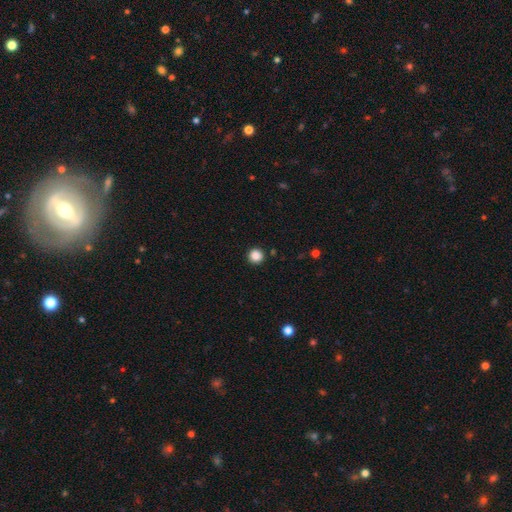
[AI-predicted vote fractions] Morphology: type=smooth (86%); roundness=round (96%); merging=none (93%).